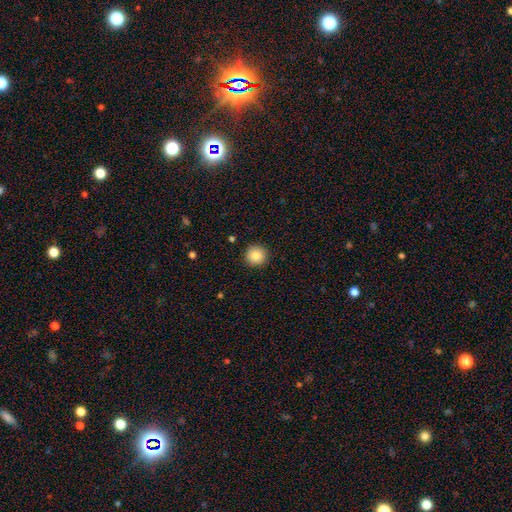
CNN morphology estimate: A smooth galaxy with no disk features (87%) that is round (95%). Merging: none (91%).